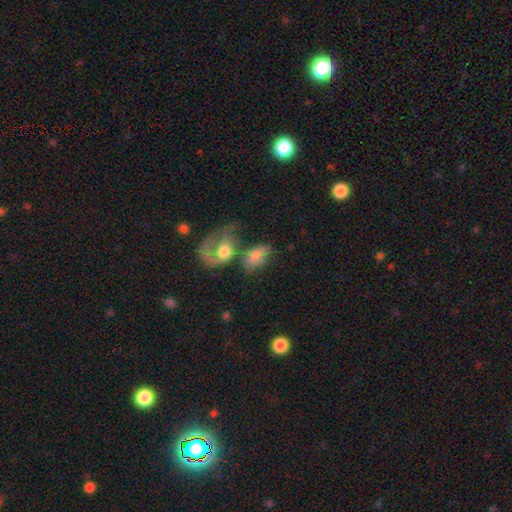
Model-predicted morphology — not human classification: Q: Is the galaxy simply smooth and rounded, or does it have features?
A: smooth — 65%.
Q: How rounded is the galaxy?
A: in between — 84%.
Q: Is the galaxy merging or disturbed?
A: merger — 44%.